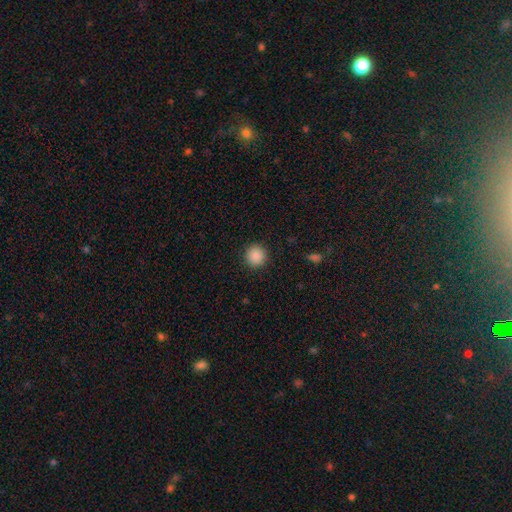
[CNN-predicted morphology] smooth-or-featured: smooth: 88% | star or artifact: 9% | featured or disk: 3%
  how-rounded: round: 94% | in between: 5% | cigar-shaped: 1%
  merging: none: 92% | minor disturbance: 5% | major disturbance: 2% | merger: 1%